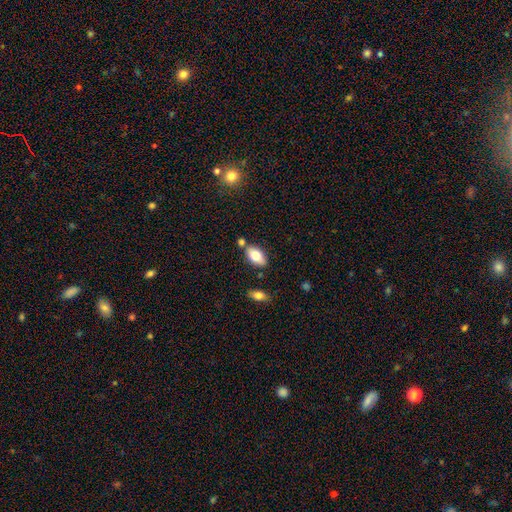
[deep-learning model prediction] Q: Smooth or featured?
A: smooth (77%); runner-up: featured or disk (16%)
Q: How rounded?
A: in between (92%); runner-up: round (5%)
Q: Merging?
A: none (73%); runner-up: minor disturbance (13%)